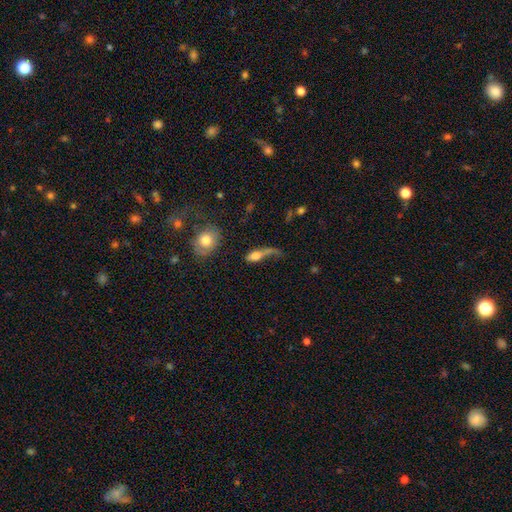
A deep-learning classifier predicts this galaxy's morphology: This appears to be a smooth galaxy with no disk features (61%) that is in between round and cigar-shaped (57%). Merging: major disturbance (47%).